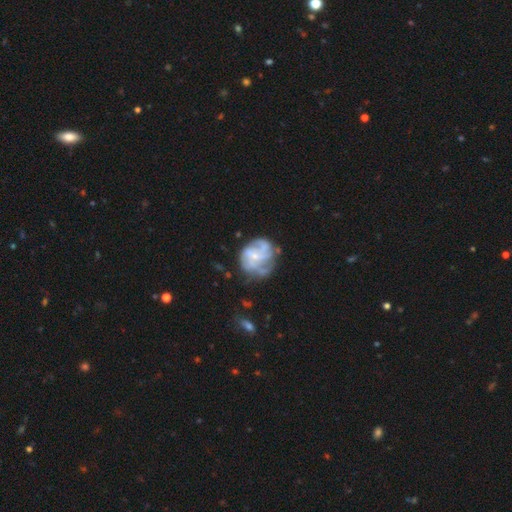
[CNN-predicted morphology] This appears to be a featured or disk galaxy (75%) with no bar (60%), medium (42%) spiral arms (83%) and a small central bulge (68%). Merging: none (53%).